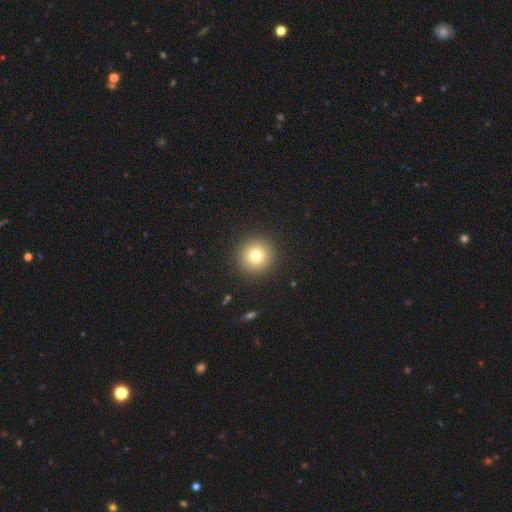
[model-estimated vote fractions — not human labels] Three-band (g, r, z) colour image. It shows a smooth galaxy with no disk features (78%) that is round (95%). Merging: none (92%).